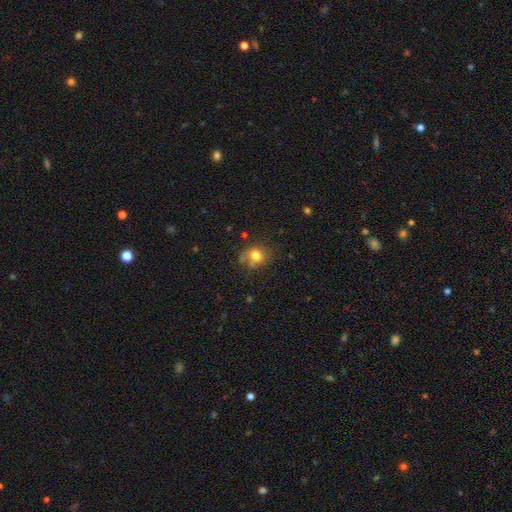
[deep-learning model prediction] The model was most divided on "how rounded": round: 66%, in between: 33%, cigar-shaped: 1%. More confident: smooth or featured — smooth (76%); merging — none (58%).